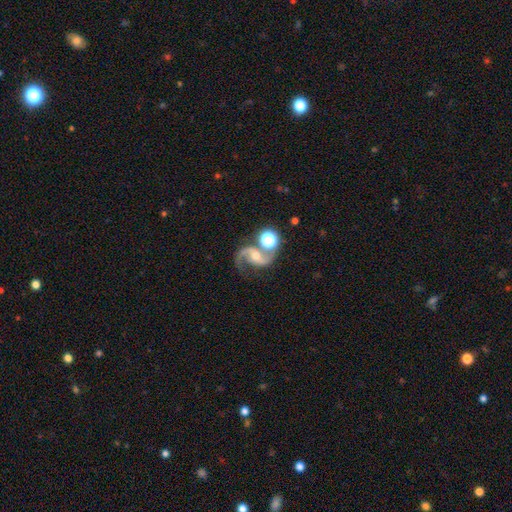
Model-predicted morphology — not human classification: smooth_or_featured: featured or disk (p=0.87) [alt: star or artifact p=0.08]
disk_edge_on: no (p=0.98) [alt: yes p=0.02]
bar: no (p=0.46) [alt: weak p=0.35]
has_spiral_arms: yes (p=0.97) [alt: no p=0.03]
spiral_winding: medium (p=0.50) [alt: loose p=0.40]
spiral_arm_count: 2 (p=0.92) [alt: 1 p=0.03]
bulge_size: moderate (p=0.57) [alt: small p=0.34]
merging: none (p=0.61) [alt: merger p=0.17]